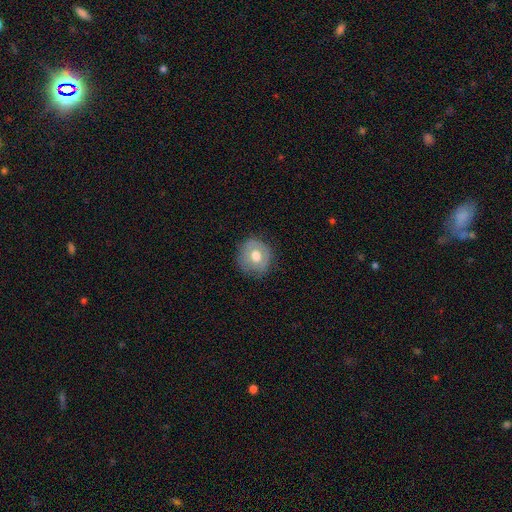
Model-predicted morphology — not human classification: Overall: smooth (64%; featured or disk 29%). How rounded: round (83%). Merging: none (77%).